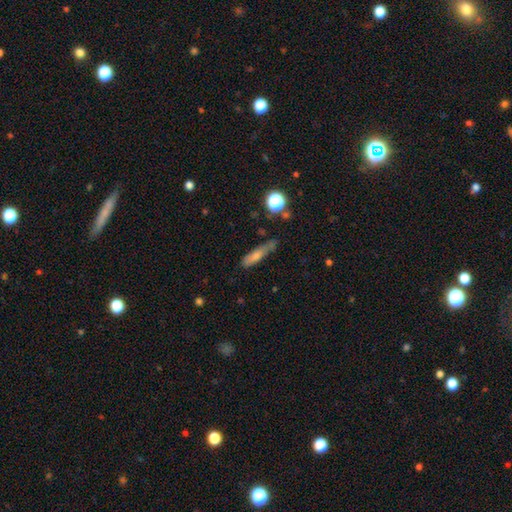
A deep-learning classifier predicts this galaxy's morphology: A smooth galaxy with no disk features (66%) that is cigar-shaped (74%). Merging: none (53%).